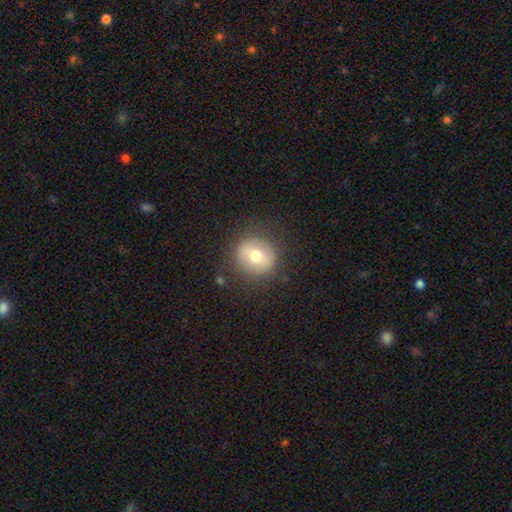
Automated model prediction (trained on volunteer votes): Smooth or featured: smooth — 65% (featured or disk — 26%)
How rounded: round — 88% (in between — 11%)
Merging: none — 85% (minor disturbance — 10%)